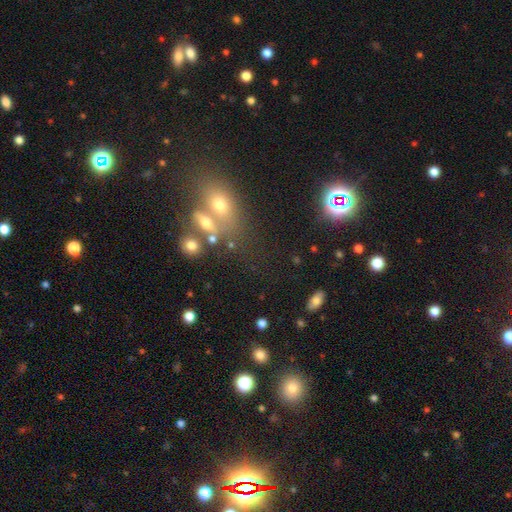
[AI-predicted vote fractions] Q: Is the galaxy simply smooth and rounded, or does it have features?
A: smooth — 44%.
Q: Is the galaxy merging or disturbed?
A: none — 53%.